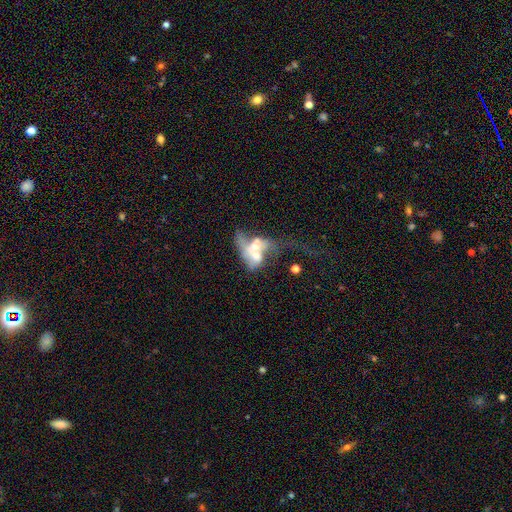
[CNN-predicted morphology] type=featured or disk (55%); edge-on=no (94%); bar=no (78%); spiral arms=no (74%); bulge=moderate (53%); merging=merger (70%).